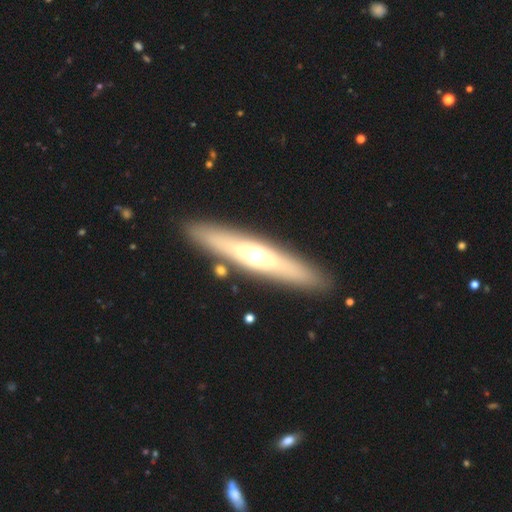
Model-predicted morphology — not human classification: smooth-or-featured: featured or disk: 61% | smooth: 33% | star or artifact: 6%
  disk-edge-on: yes: 82% | no: 18%
  merging: none: 89% | minor disturbance: 7% | major disturbance: 2% | merger: 2%